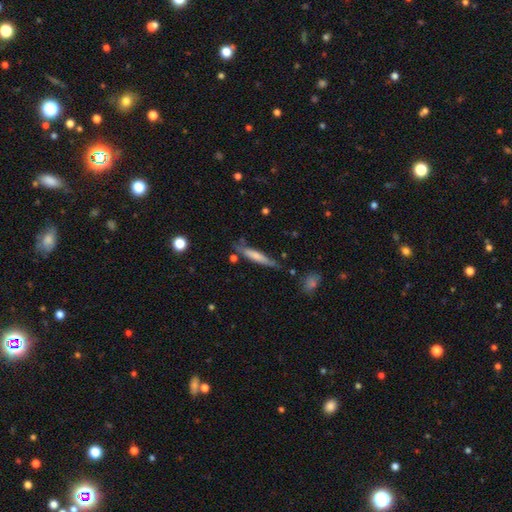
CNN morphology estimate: Overall: smooth (64%; featured or disk 30%). How rounded: cigar-shaped (88%). Merging: none (68%).